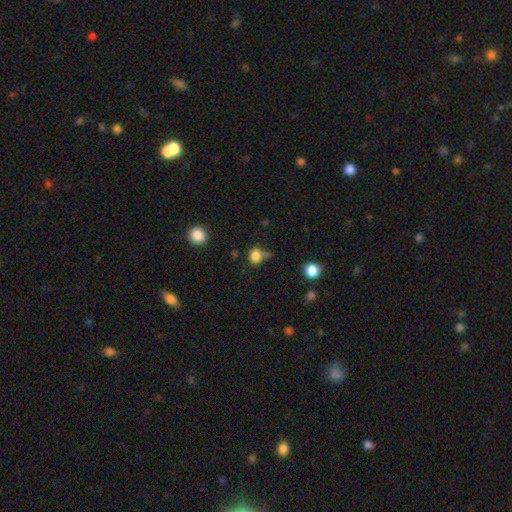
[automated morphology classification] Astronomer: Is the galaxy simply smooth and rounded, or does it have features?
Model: smooth — 81%.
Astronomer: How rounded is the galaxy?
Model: round — 71%.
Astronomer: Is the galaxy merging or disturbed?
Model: none — 49% (runner-up: minor disturbance, 27%).